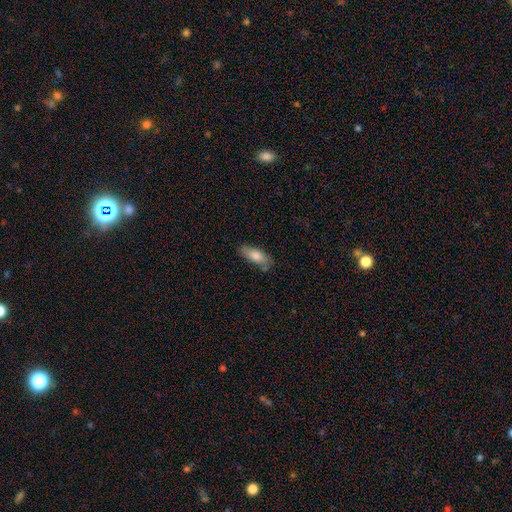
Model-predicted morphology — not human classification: A smooth galaxy with no disk features (79%) that is in between round and cigar-shaped (75%).

Vote fractions:
- Smooth or featured? smooth: 79% / featured or disk: 15% / star or artifact: 6%
- How rounded? in between: 75% / cigar-shaped: 23% / round: 2%
- Merging? none: 73% / minor disturbance: 19% / major disturbance: 4% / merger: 4%